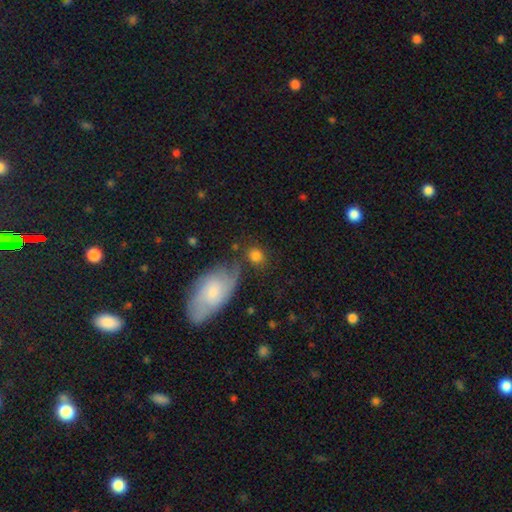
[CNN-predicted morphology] Smooth or featured? Predicted: smooth (p=0.77). How rounded? Predicted: round (p=0.67). Merging? Predicted: none (p=0.67).